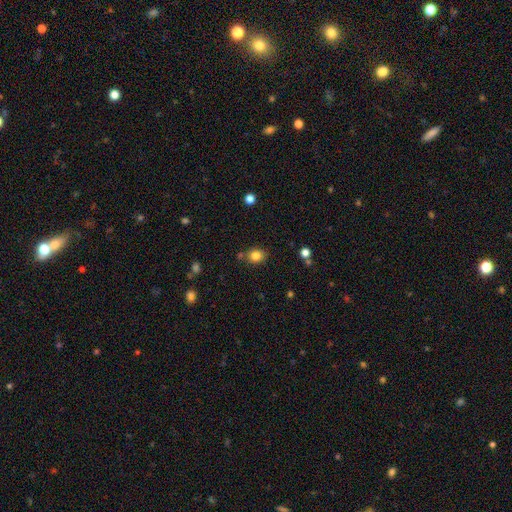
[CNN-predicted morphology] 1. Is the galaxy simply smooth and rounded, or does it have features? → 82% smooth, 11% star or artifact, 6% featured or disk.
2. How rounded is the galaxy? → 64% round, 35% in between, 1% cigar-shaped.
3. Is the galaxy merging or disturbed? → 78% none, 13% minor disturbance, 6% merger, 3% major disturbance.